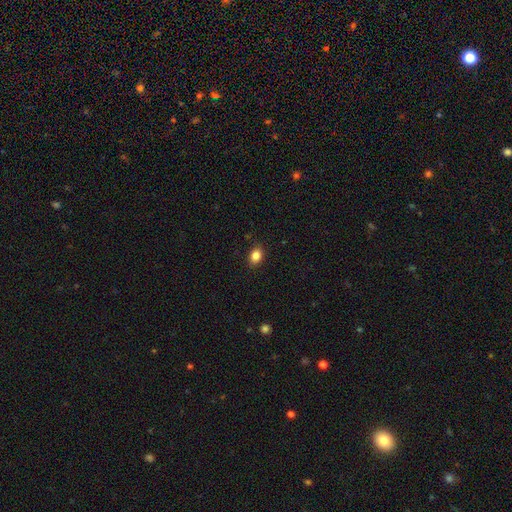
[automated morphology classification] Smooth or featured? Predicted: smooth (p=0.85). How rounded? Predicted: in between (p=0.67). Merging? Predicted: none (p=0.87).